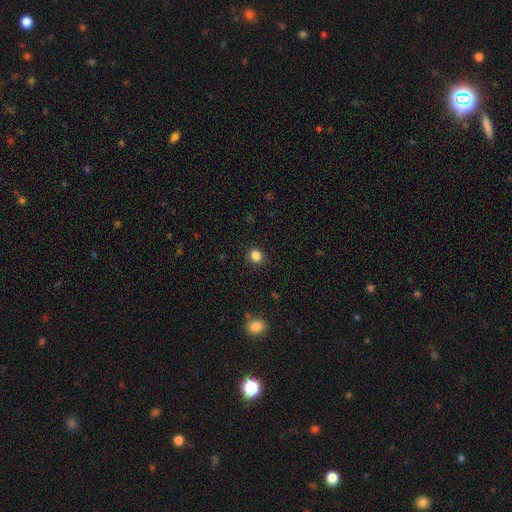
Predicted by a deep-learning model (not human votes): smooth_or_featured: smooth (p=0.85) [alt: star or artifact p=0.12]
how_rounded: round (p=0.65) [alt: in between p=0.34]
merging: none (p=0.89) [alt: minor disturbance p=0.07]